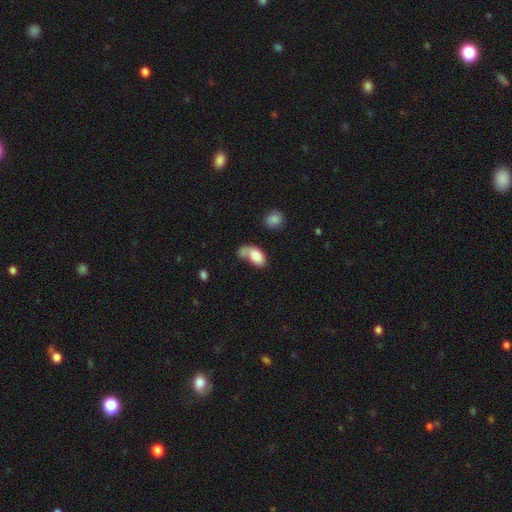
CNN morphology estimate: Smooth or featured?
  - smooth: 80% *
  - featured or disk: 13%
  - star or artifact: 7%
How rounded?
  - in between: 91% *
  - round: 7%
  - cigar-shaped: 3%
Merging?
  - none: 32% *
  - merger: 25%
  - major disturbance: 22%
  - minor disturbance: 21%